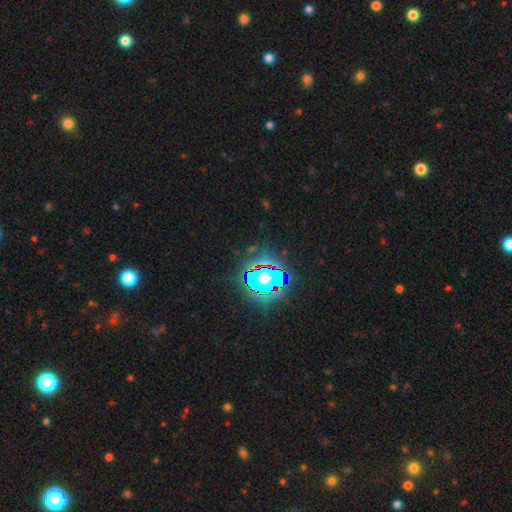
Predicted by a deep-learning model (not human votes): Smooth or featured?
  - star or artifact: 78% *
  - smooth: 12%
  - featured or disk: 10%